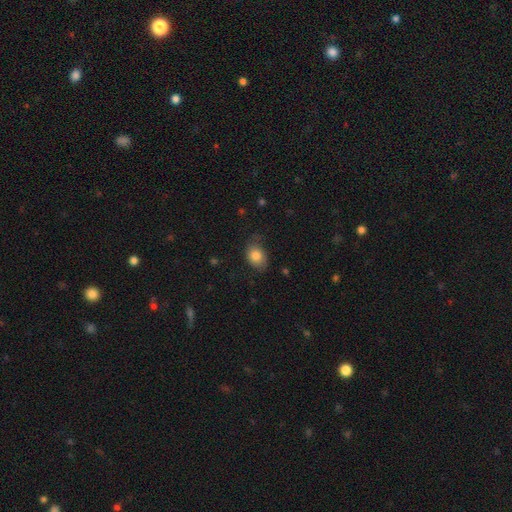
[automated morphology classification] A smooth galaxy with no disk features (82%) that is in between round and cigar-shaped (73%).

Vote fractions:
- Smooth or featured? smooth: 82% / featured or disk: 10% / star or artifact: 8%
- How rounded? in between: 73% / round: 26% / cigar-shaped: 1%
- Merging? none: 66% / minor disturbance: 26% / major disturbance: 7% / merger: 1%